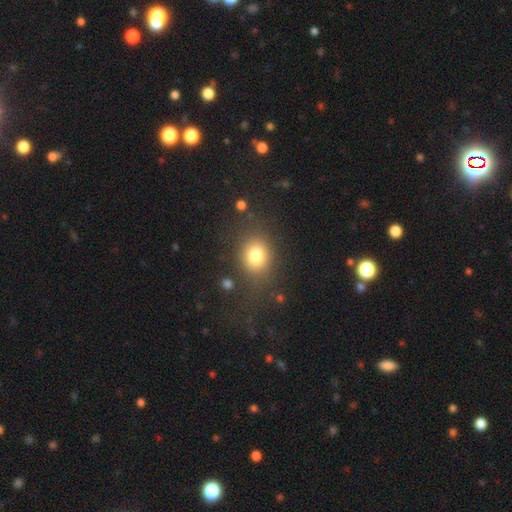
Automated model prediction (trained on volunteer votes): A smooth galaxy with no disk features (79%) that is round (63%).

Vote fractions:
- Smooth or featured? smooth: 79% / star or artifact: 12% / featured or disk: 9%
- How rounded? round: 63% / in between: 36% / cigar-shaped: 1%
- Merging? none: 78% / minor disturbance: 12% / major disturbance: 7% / merger: 3%